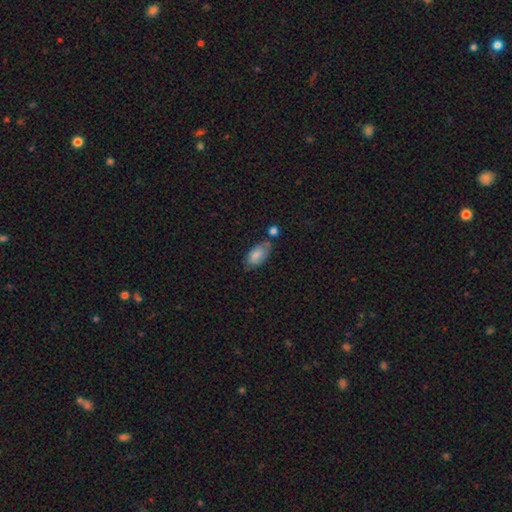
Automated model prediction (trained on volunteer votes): smooth 75%, featured or disk 17%, star or artifact 7%. Down the decision tree: how rounded — in between (92%); merging — none (57%).